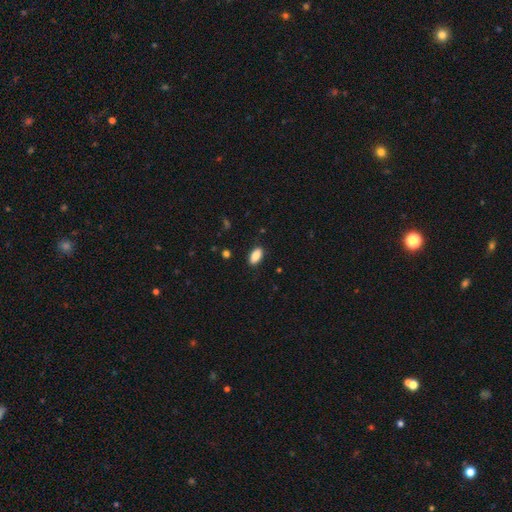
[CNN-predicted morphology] smooth-or-featured: smooth: 88% | star or artifact: 7% | featured or disk: 5%
  how-rounded: in between: 91% | cigar-shaped: 6% | round: 3%
  merging: none: 87% | minor disturbance: 10% | major disturbance: 2% | merger: 1%